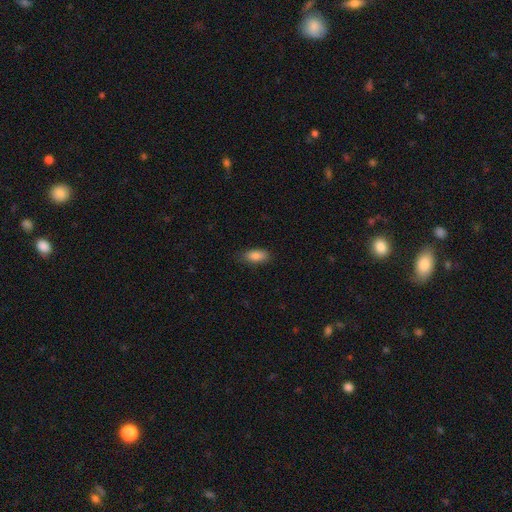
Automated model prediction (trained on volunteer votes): A smooth galaxy with no disk features (85%) that is in between round and cigar-shaped (85%). Merging: none (79%).